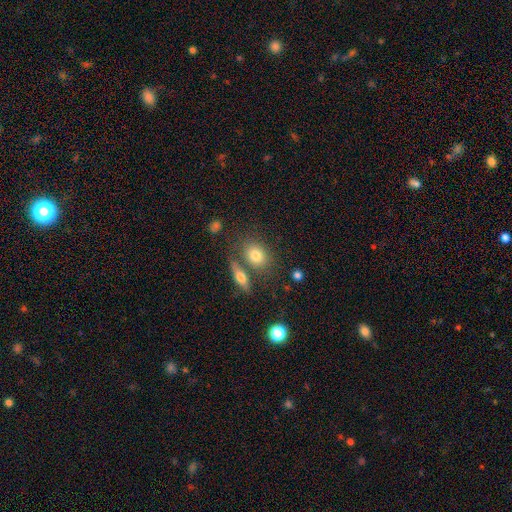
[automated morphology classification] This appears to be a smooth galaxy with no disk features (78%) that is in between round and cigar-shaped (58%). Merging: none (64%).